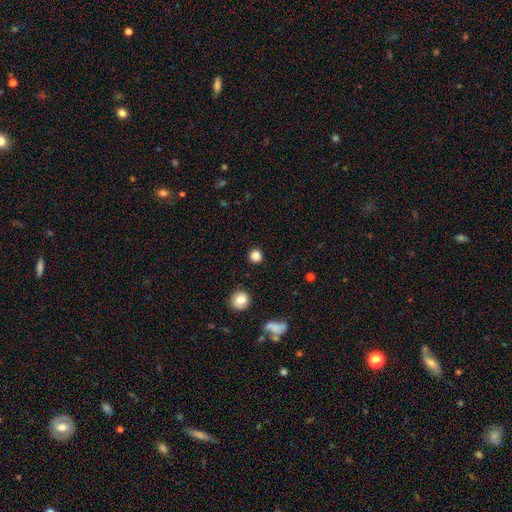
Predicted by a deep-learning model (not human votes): A smooth galaxy with no disk features (84%) that is round (91%).

Vote fractions:
- Smooth or featured? smooth: 84% / star or artifact: 13% / featured or disk: 3%
- How rounded? round: 91% / in between: 8% / cigar-shaped: 1%
- Merging? none: 90% / minor disturbance: 6% / major disturbance: 2% / merger: 1%